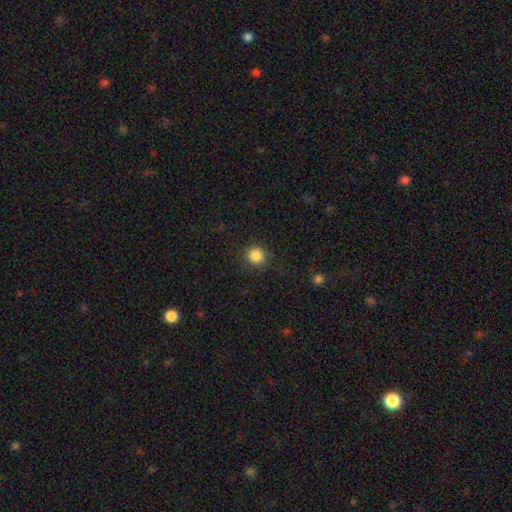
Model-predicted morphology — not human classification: This appears to be a smooth galaxy with no disk features (86%) that is round (91%). Merging: none (87%).